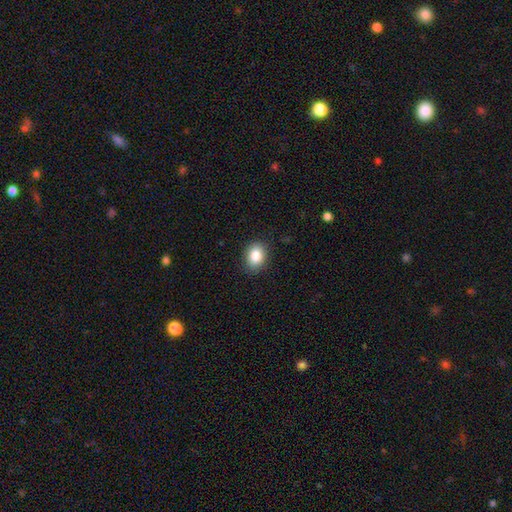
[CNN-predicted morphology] Smooth or featured? Predicted: smooth (p=0.84). How rounded? Predicted: in between (p=0.58). Merging? Predicted: none (p=0.87).